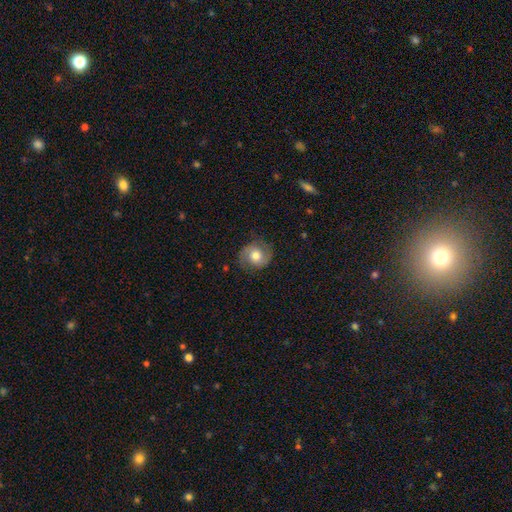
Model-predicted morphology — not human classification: This is possibly a smooth galaxy (47%). Merging: likely none (78%).